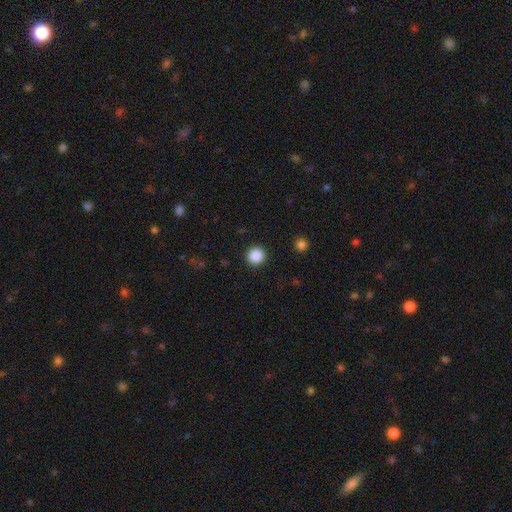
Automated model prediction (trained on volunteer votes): Morphology: type=smooth (87%); roundness=round (96%); merging=none (92%).